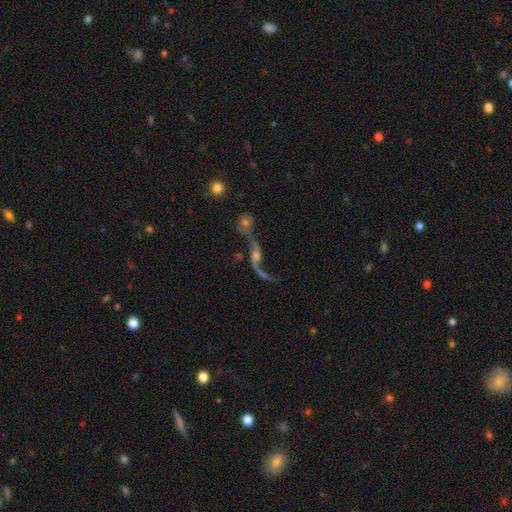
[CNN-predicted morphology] Smooth or featured?
  - featured or disk: 79% *
  - star or artifact: 11%
  - smooth: 10%
Edge-on disk?
  - no: 87% *
  - yes: 13%
Bar?
  - no: 59% *
  - weak: 30%
  - strong: 12%
Spiral arms?
  - yes: 89% *
  - no: 11%
Spiral winding?
  - loose: 94% *
  - medium: 5%
  - tight: 2%
Spiral arm count?
  - 2: 86% *
  - 1: 9%
  - can't tell: 2%
  - 3: 1%
  - 4: 1%
  - more than 4: 1%
Bulge size?
  - moderate: 37% *
  - small: 34%
  - none: 17%
  - large: 8%
  - dominant: 3%
Merging?
  - merger: 36% *
  - none: 35%
  - major disturbance: 16%
  - minor disturbance: 12%